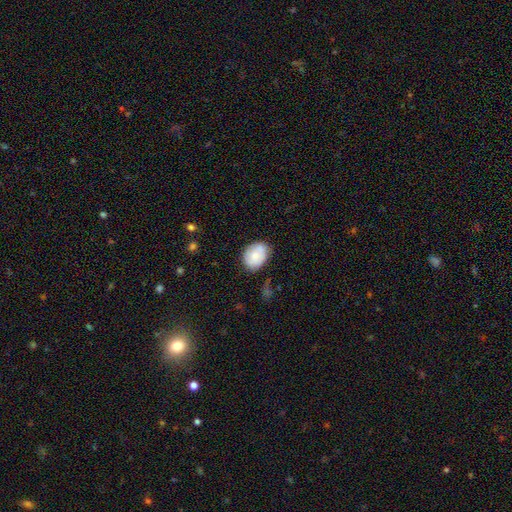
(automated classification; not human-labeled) smooth_or_featured: smooth (p=0.73) [alt: featured or disk p=0.20]
how_rounded: in between (p=0.64) [alt: round p=0.35]
merging: none (p=0.71) [alt: minor disturbance p=0.22]